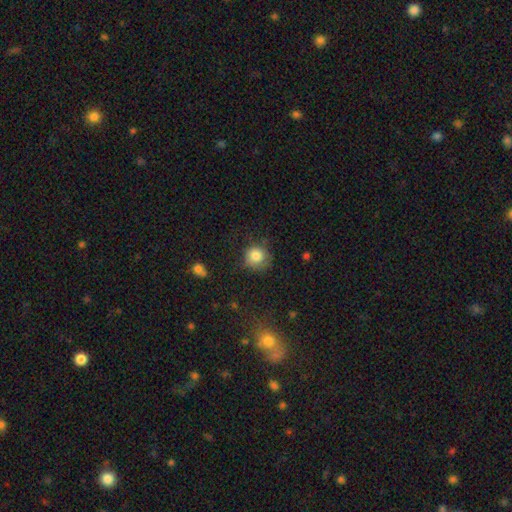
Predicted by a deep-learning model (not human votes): Morphology: type=smooth (83%); roundness=round (88%); merging=none (66%).